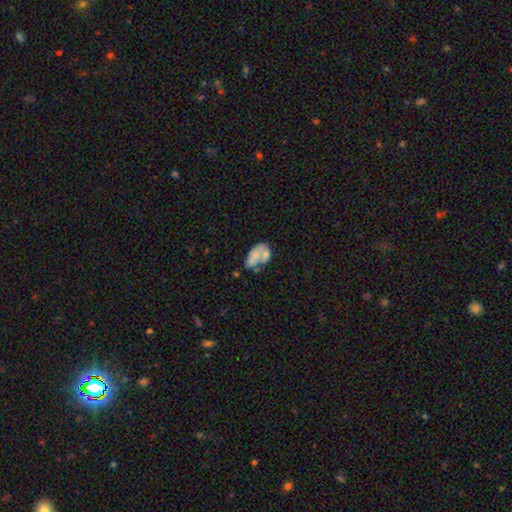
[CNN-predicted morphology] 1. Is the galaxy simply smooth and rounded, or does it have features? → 58% smooth, 33% featured or disk, 9% star or artifact.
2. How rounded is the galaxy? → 89% in between, 9% round, 2% cigar-shaped.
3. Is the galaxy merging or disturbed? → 34% merger, 27% none, 20% minor disturbance, 19% major disturbance.